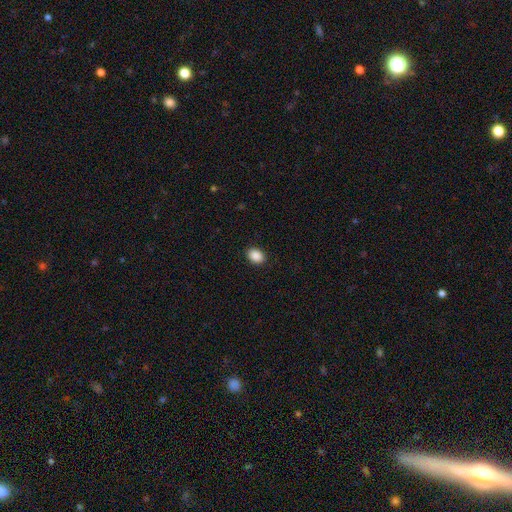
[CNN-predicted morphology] Q: Smooth or featured?
A: smooth (90%); runner-up: star or artifact (8%)
Q: How rounded?
A: in between (74%); runner-up: round (25%)
Q: Merging?
A: none (90%); runner-up: minor disturbance (7%)